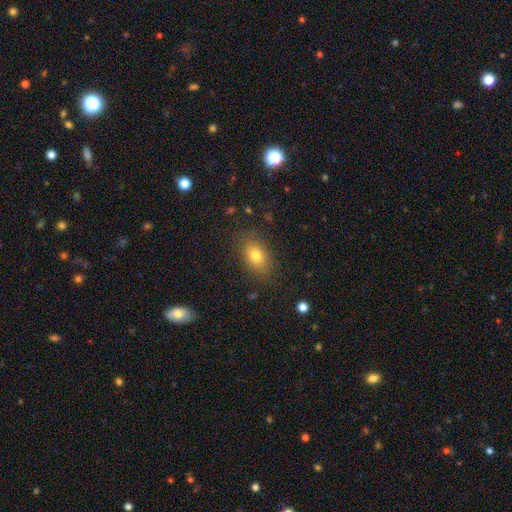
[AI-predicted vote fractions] This appears to be a smooth galaxy with no disk features (77%) that is in between round and cigar-shaped (84%). Merging: none (84%).